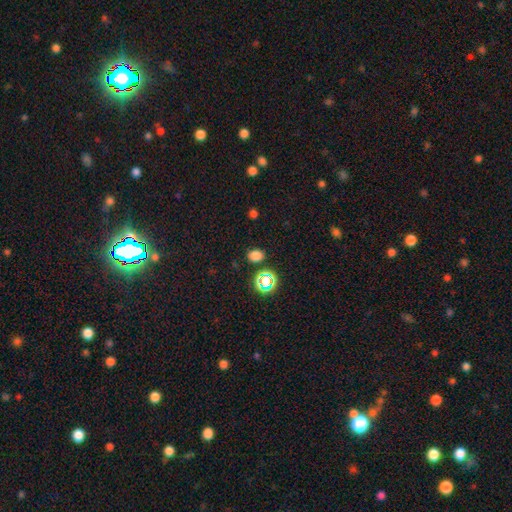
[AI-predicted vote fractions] smooth_or_featured: smooth (p=0.73) [alt: star or artifact p=0.23]
how_rounded: in between (p=0.54) [alt: round p=0.45]
merging: none (p=0.84) [alt: minor disturbance p=0.10]